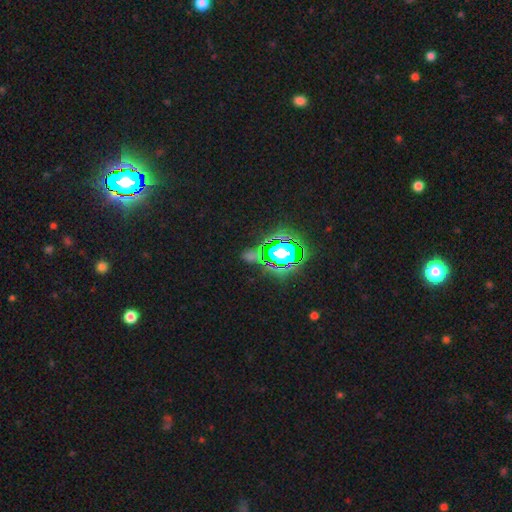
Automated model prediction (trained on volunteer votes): Smooth or featured?
  - star or artifact: 75% *
  - smooth: 15%
  - featured or disk: 10%